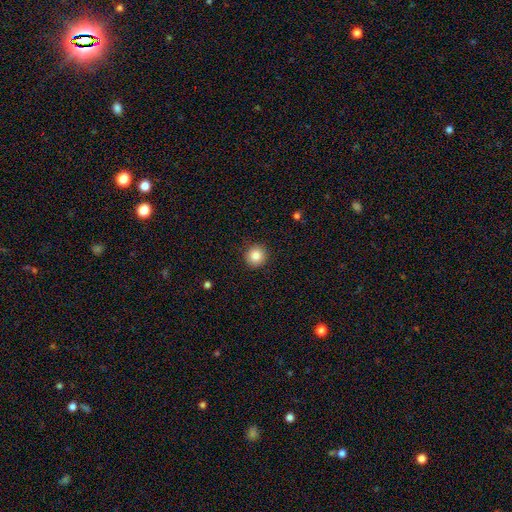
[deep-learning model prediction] Overall: smooth (85%). How rounded: round (93%). Merging: none (91%).